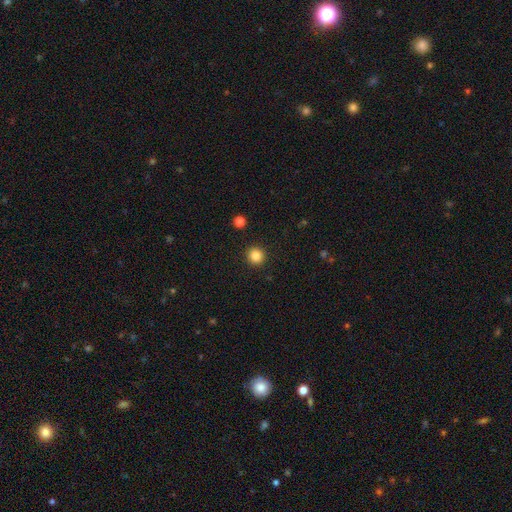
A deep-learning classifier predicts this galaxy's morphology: This appears to be a smooth galaxy with no disk features (84%) that is round (94%). Merging: none (93%).